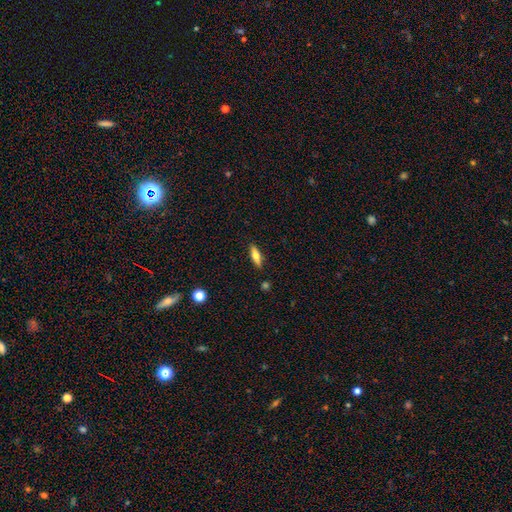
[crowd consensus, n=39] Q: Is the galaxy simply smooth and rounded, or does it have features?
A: smooth — 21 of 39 (54%).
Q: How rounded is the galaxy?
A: cigar-shaped — 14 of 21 (67%).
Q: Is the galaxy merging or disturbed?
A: none — 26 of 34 (76%).